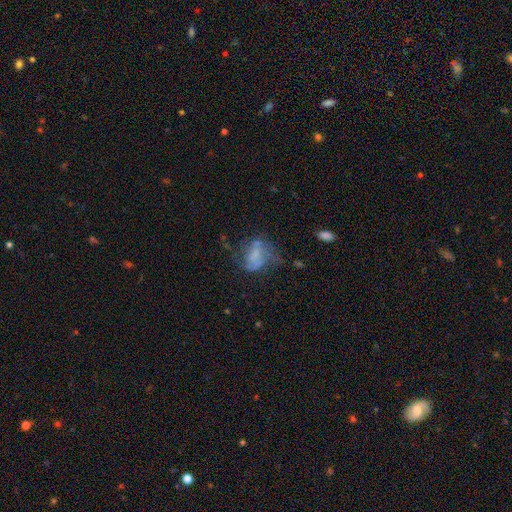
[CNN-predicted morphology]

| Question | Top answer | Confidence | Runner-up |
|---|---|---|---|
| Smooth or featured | featured or disk | 49% | smooth (39%) |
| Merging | major disturbance | 36% | none (33%) |